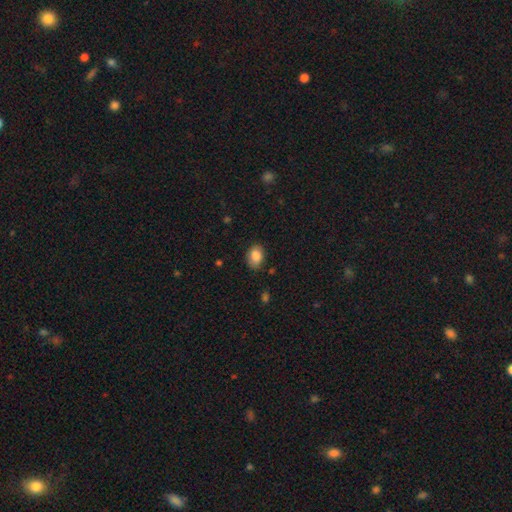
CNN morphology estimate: This is clearly a smooth galaxy (85%). How rounded: likely in between (77%). Merging: clearly none (82%).